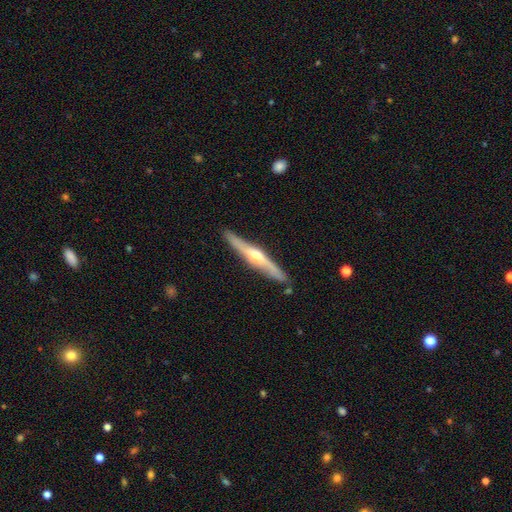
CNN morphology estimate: This is likely a featured or disk galaxy (74%). It is clearly viewed edge-on (95%). Edge-on bulge: clearly rounded (91%). Merging: clearly none (87%).